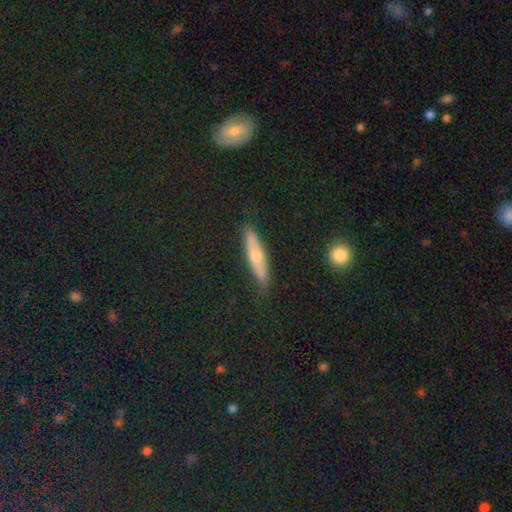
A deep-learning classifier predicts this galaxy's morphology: Smooth or featured? Predicted: smooth (p=0.48). Merging? Predicted: none (p=0.84).